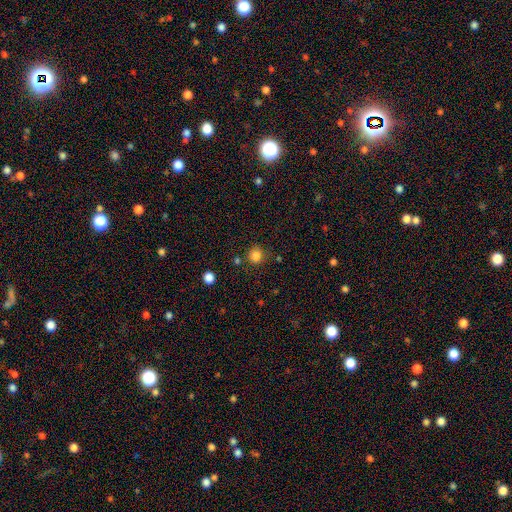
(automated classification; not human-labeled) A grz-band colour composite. It shows a smooth galaxy with no disk features (84%) that is round (90%). Merging: none (80%).